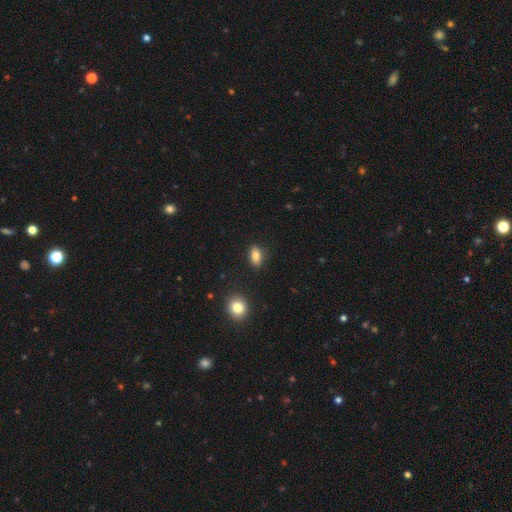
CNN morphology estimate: smooth_or_featured: smooth (p=0.83) [alt: star or artifact p=0.09]
how_rounded: in between (p=0.85) [alt: round p=0.09]
merging: none (p=0.87) [alt: minor disturbance p=0.09]